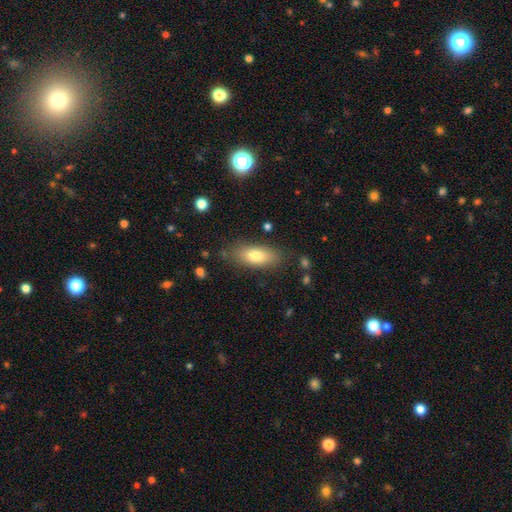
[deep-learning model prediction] Q: Smooth or featured?
A: smooth (77%); runner-up: featured or disk (16%)
Q: How rounded?
A: in between (81%); runner-up: cigar-shaped (16%)
Q: Merging?
A: none (80%); runner-up: minor disturbance (14%)